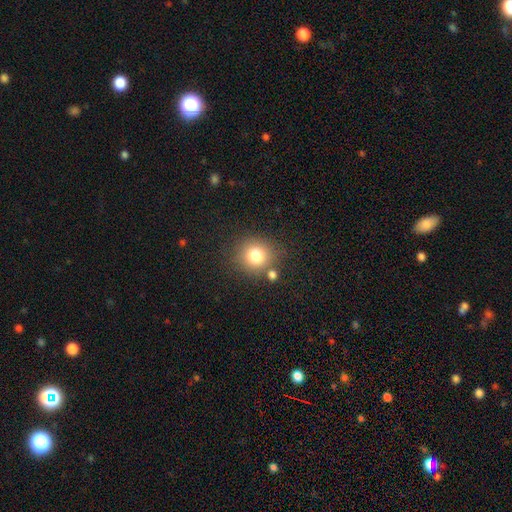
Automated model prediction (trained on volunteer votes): A smooth galaxy with no disk features (79%) that is round (86%).

Vote fractions:
- Smooth or featured? smooth: 79% / star or artifact: 13% / featured or disk: 8%
- How rounded? round: 86% / in between: 13% / cigar-shaped: 1%
- Merging? none: 77% / minor disturbance: 10% / merger: 9% / major disturbance: 4%